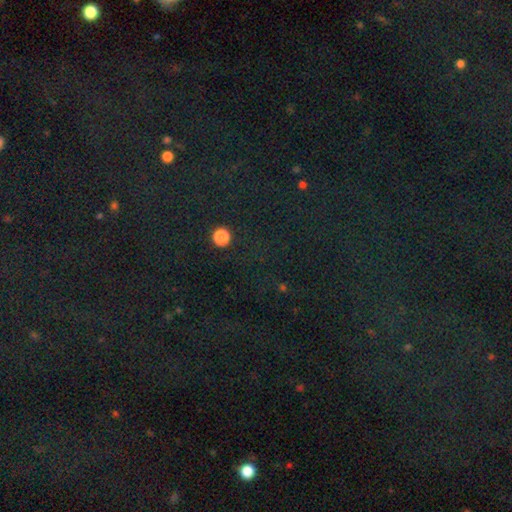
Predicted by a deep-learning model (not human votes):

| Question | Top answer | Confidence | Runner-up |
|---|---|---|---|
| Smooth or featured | star or artifact | 77% | smooth (15%) |